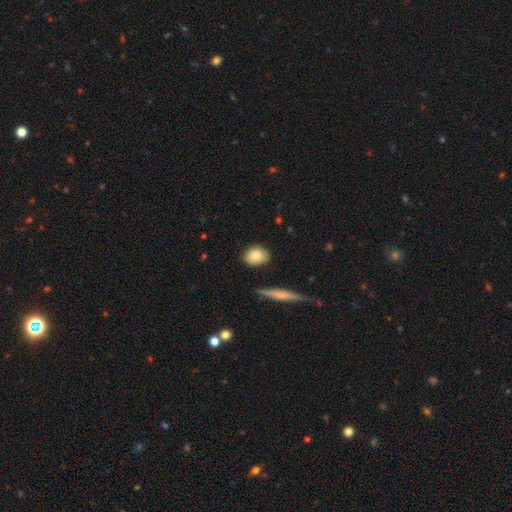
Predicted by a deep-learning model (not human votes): The model was most divided on "how rounded": round: 50%, in between: 47%, cigar-shaped: 3%. More confident: smooth or featured — smooth (85%); merging — none (82%).